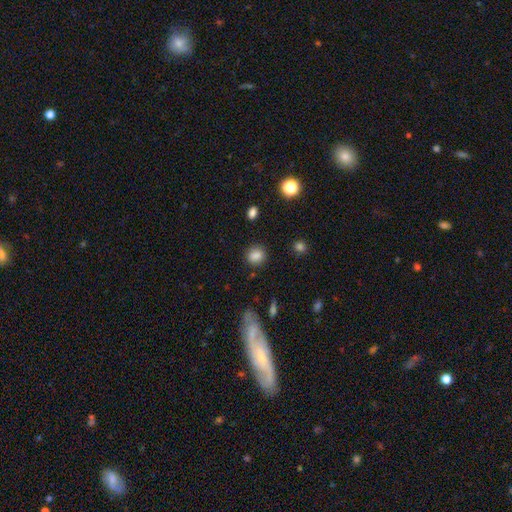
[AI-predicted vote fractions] This appears to be a smooth galaxy with no disk features (85%) that is round (73%). Merging: none (86%).